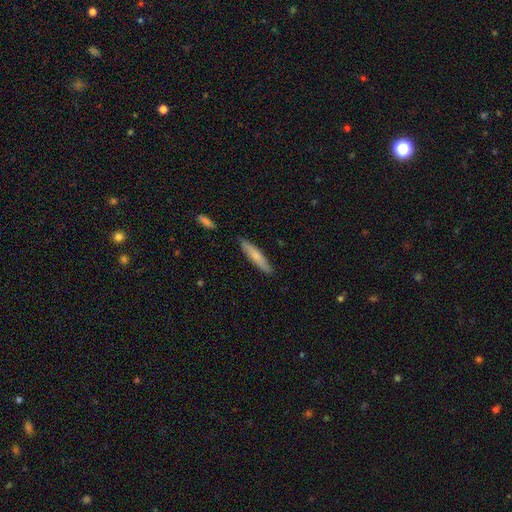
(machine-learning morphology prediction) Smooth or featured? Predicted: smooth (p=0.71). How rounded? Predicted: cigar-shaped (p=0.87). Merging? Predicted: none (p=0.86).